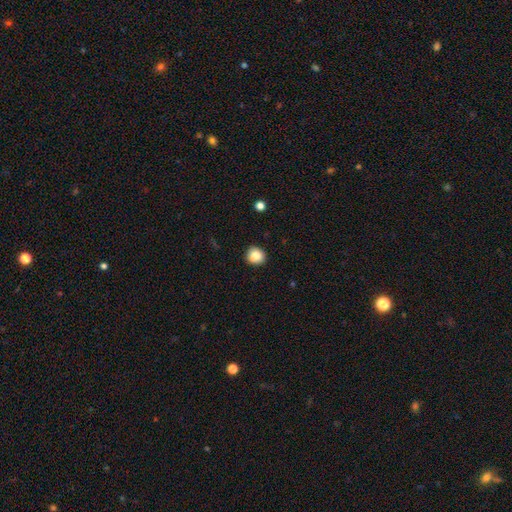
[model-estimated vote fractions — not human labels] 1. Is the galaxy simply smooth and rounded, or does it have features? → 84% smooth, 10% star or artifact, 7% featured or disk.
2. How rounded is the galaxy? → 85% round, 14% in between, 1% cigar-shaped.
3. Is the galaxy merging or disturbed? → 87% none, 10% minor disturbance, 2% major disturbance, 1% merger.